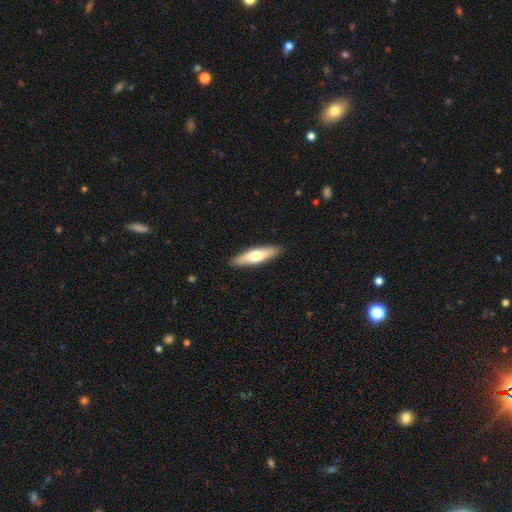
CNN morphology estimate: Smooth or featured? smooth (60%)
How rounded? cigar-shaped (61%)
Merging? none (90%)